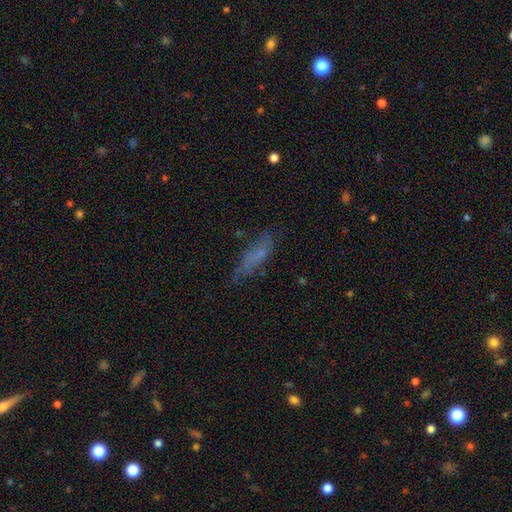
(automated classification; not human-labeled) smooth_or_featured: smooth (p=0.57) [alt: featured or disk p=0.30]
how_rounded: cigar-shaped (p=0.62) [alt: in between p=0.36]
merging: none (p=0.59) [alt: minor disturbance p=0.25]